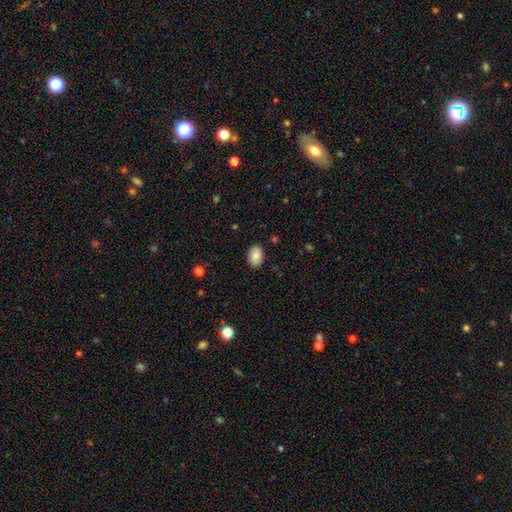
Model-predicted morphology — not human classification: type=smooth (83%); roundness=in between (84%); merging=none (86%).